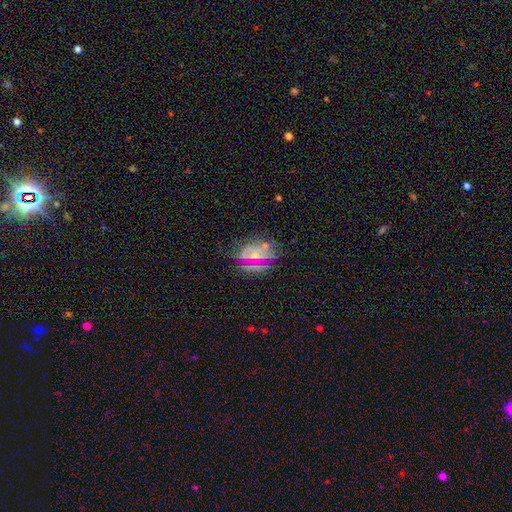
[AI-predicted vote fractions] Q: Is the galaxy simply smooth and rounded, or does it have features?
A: smooth — 49%.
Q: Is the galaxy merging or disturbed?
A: none — 66%.